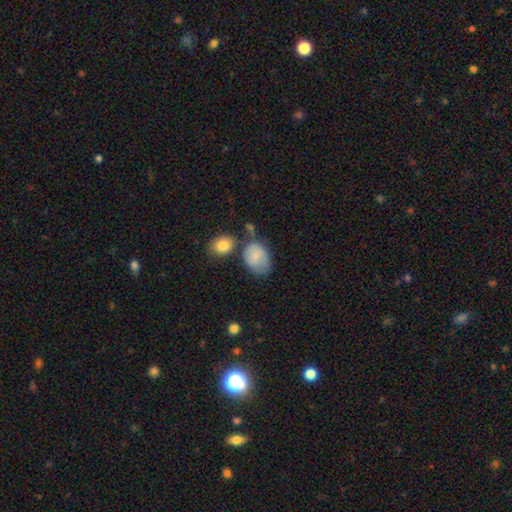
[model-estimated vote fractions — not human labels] Smooth or featured?
  - smooth: 76% *
  - featured or disk: 17%
  - star or artifact: 8%
How rounded?
  - in between: 72% *
  - round: 27%
  - cigar-shaped: 1%
Merging?
  - none: 46% *
  - minor disturbance: 27%
  - merger: 16%
  - major disturbance: 11%